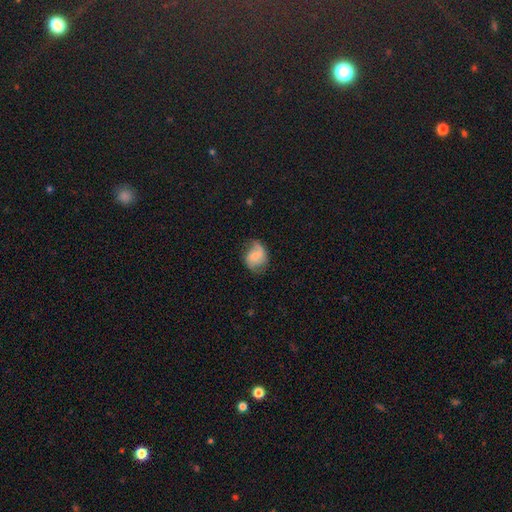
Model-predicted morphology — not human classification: Q: Smooth or featured?
A: smooth (47%); runner-up: featured or disk (45%)
Q: Merging?
A: none (54%); runner-up: minor disturbance (31%)